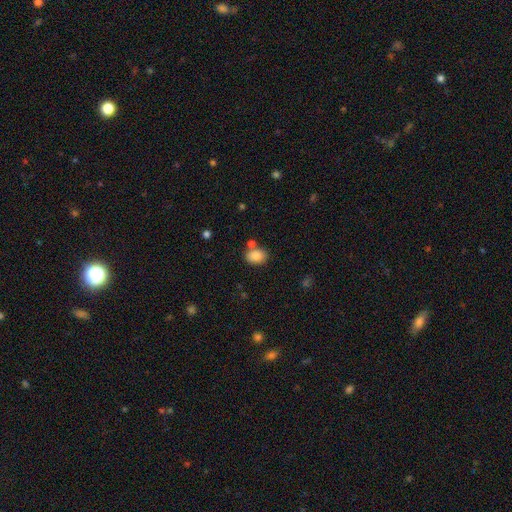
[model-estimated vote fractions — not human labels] Smooth or featured? smooth (86%)
How rounded? in between (70%)
Merging? none (69%)